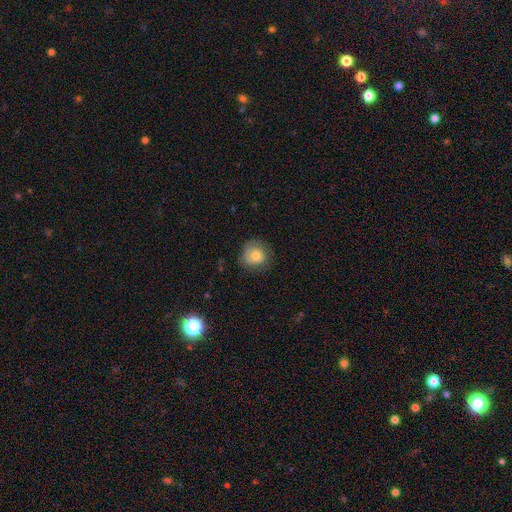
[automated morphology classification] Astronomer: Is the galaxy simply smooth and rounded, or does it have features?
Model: smooth — 72%.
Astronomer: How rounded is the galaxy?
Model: round — 86%.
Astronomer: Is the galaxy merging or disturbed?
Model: none — 70%.